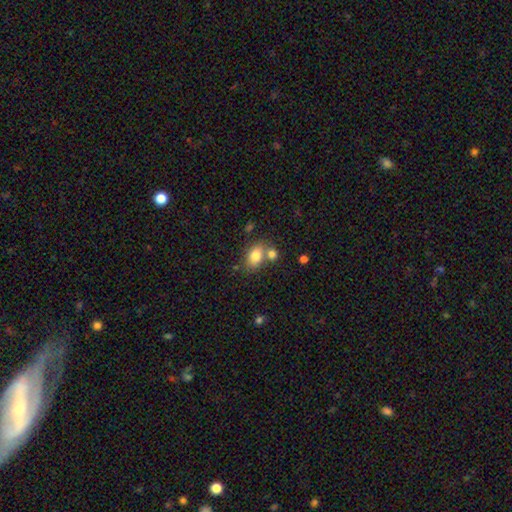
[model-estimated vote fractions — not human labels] A smooth galaxy with no disk features (81%) that is in between round and cigar-shaped (77%). Merging: none (55%).